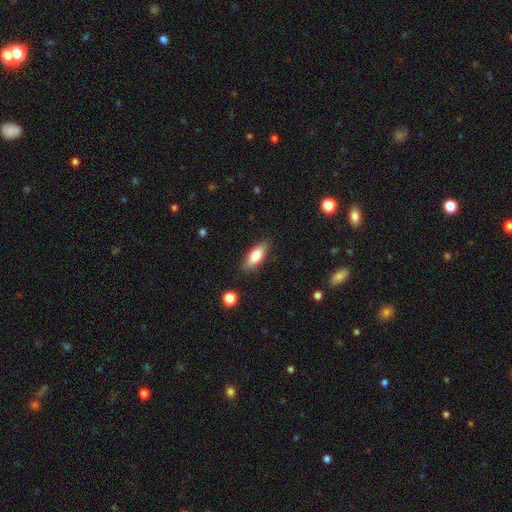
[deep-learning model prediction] Smooth or featured? Predicted: smooth (p=0.73). How rounded? Predicted: in between (p=0.67). Merging? Predicted: none (p=0.86).